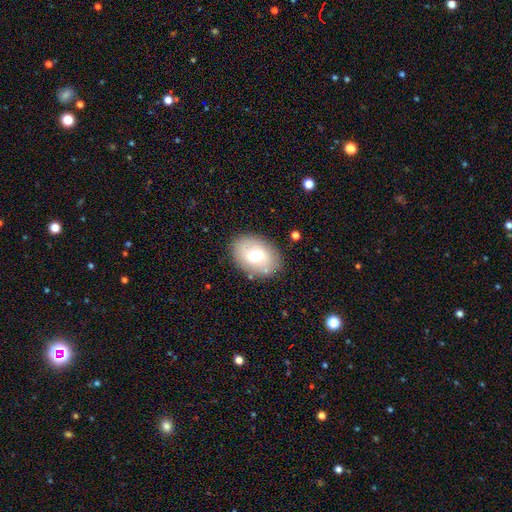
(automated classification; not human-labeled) Smooth or featured: smooth — 64% (featured or disk — 27%)
How rounded: in between — 77% (round — 22%)
Merging: none — 83% (minor disturbance — 11%)